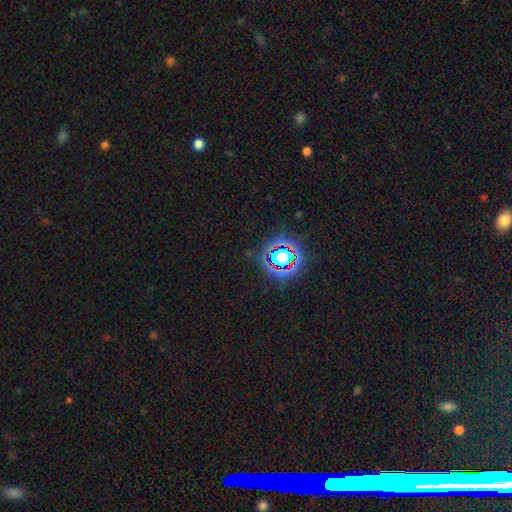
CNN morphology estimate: star or artifact 80%, smooth 12%, featured or disk 8%.